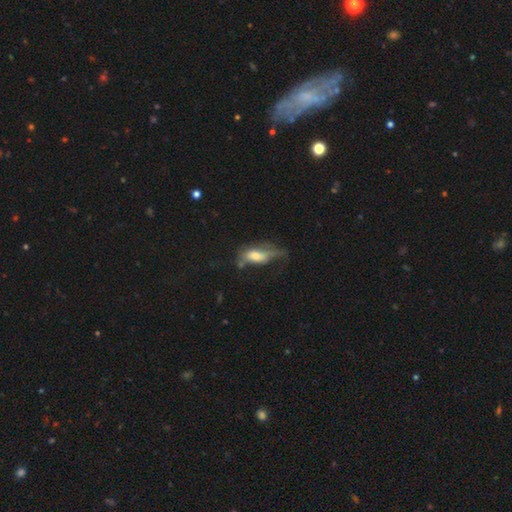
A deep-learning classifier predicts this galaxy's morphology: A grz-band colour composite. It shows a smooth galaxy with no disk features (56%) that is in between round and cigar-shaped (76%). Merging: major disturbance (42%).